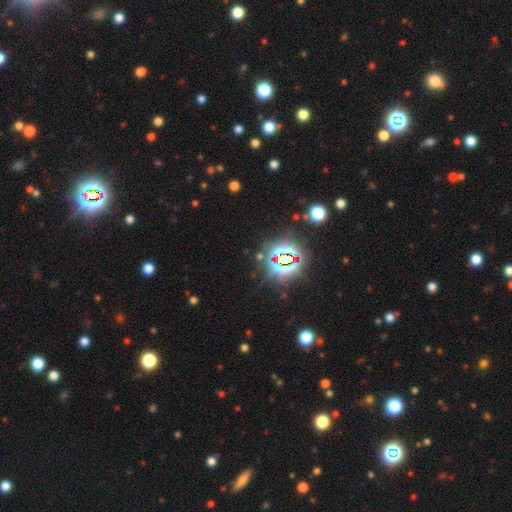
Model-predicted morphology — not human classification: Smooth or featured: star or artifact — 80% (smooth — 12%)